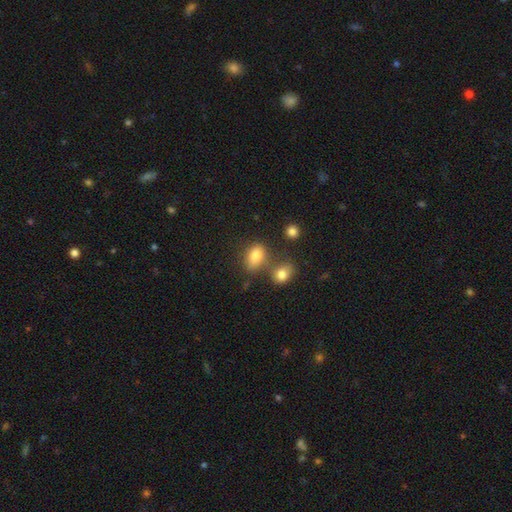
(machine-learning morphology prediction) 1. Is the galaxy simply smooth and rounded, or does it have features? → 81% smooth, 10% star or artifact, 9% featured or disk.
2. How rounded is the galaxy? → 81% in between, 17% round, 2% cigar-shaped.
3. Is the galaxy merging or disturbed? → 53% none, 26% merger, 15% minor disturbance, 6% major disturbance.